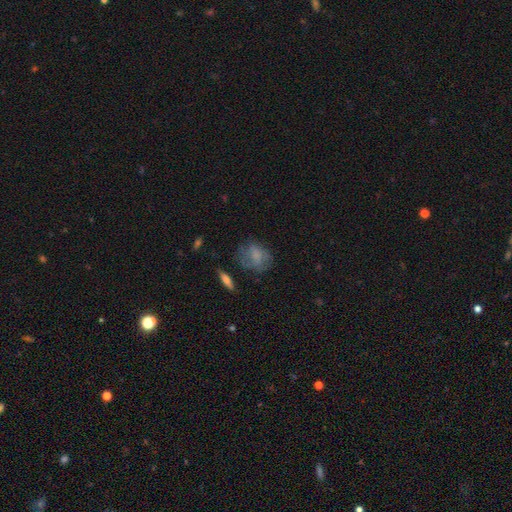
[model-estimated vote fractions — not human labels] This is possibly a smooth galaxy (59%). How rounded: possibly in between (49%). Merging: possibly none (54%).